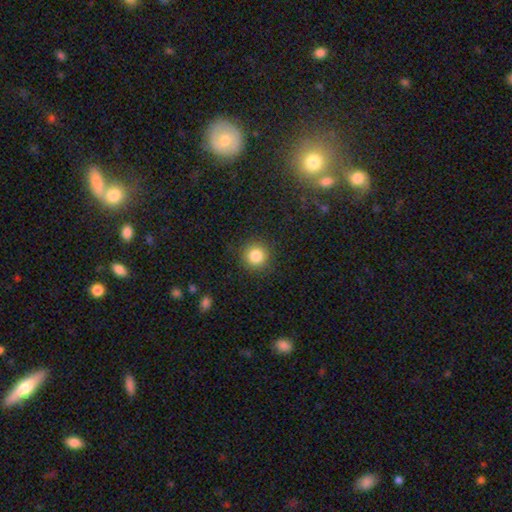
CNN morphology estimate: smooth-or-featured: smooth: 84% | star or artifact: 10% | featured or disk: 6%
  how-rounded: round: 94% | in between: 5% | cigar-shaped: 1%
  merging: none: 90% | minor disturbance: 6% | major disturbance: 2% | merger: 1%